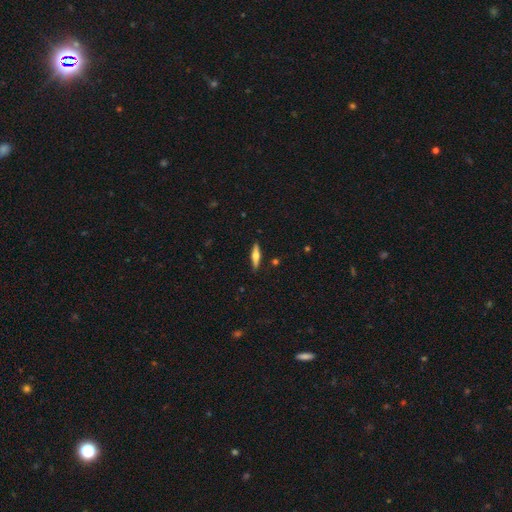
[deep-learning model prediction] Q: Smooth or featured?
A: featured or disk (49%); runner-up: smooth (45%)
Q: Merging?
A: none (89%); runner-up: minor disturbance (8%)